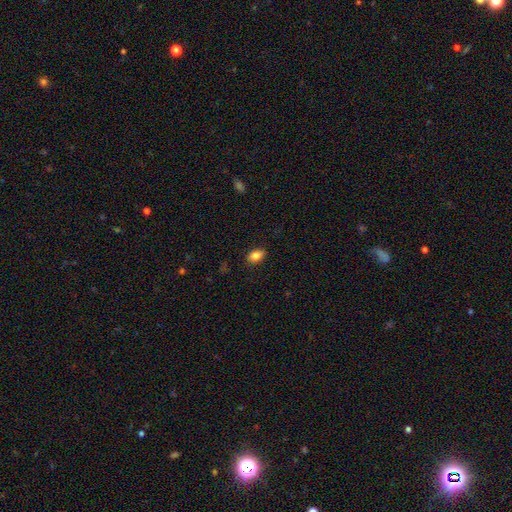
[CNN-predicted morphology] Overall: smooth (85%). How rounded: in between (86%). Merging: none (87%).